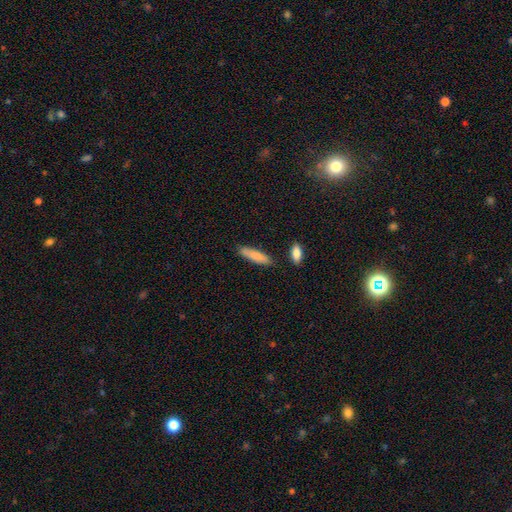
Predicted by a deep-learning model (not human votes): Smooth or featured? smooth (84%)
How rounded? cigar-shaped (70%)
Merging? none (83%)